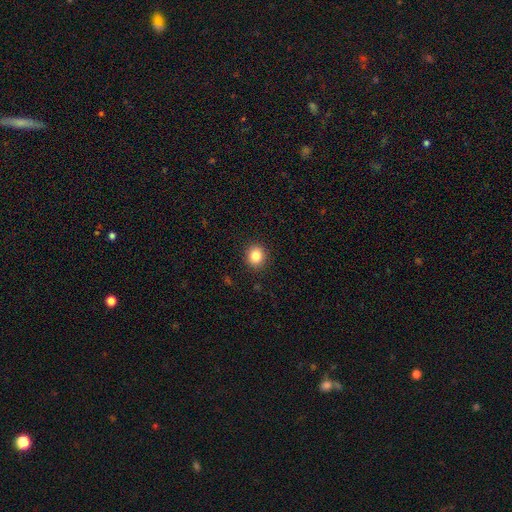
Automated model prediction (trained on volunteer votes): Q: Smooth or featured?
A: smooth (84%); runner-up: star or artifact (10%)
Q: How rounded?
A: round (80%); runner-up: in between (19%)
Q: Merging?
A: none (91%); runner-up: minor disturbance (6%)